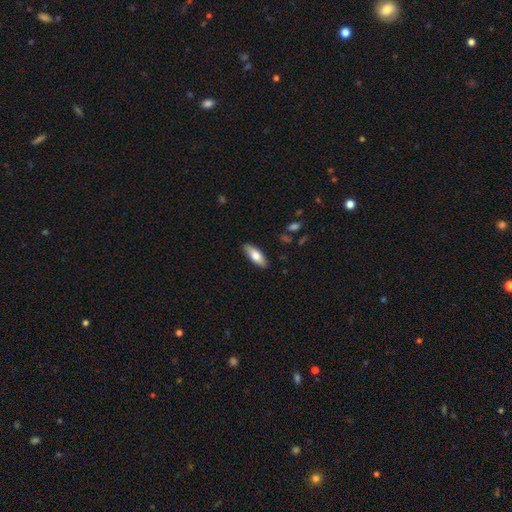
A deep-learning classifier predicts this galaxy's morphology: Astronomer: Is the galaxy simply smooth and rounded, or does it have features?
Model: smooth — 71%.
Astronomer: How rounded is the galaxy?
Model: in between — 64%.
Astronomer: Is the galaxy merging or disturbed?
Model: none — 86%.